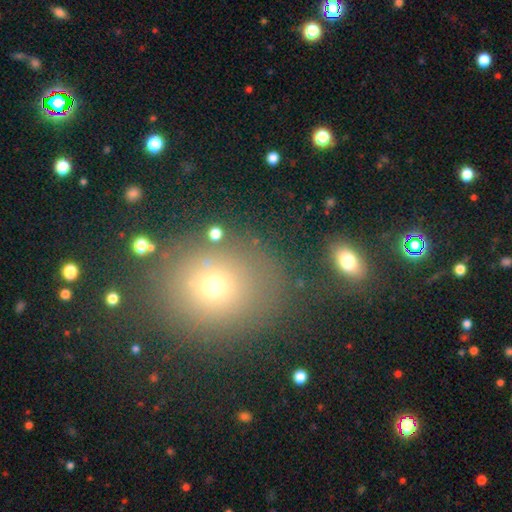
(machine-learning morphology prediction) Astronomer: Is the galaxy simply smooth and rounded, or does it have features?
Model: smooth — 59%.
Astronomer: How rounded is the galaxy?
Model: round — 74%.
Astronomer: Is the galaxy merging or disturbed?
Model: none — 84%.